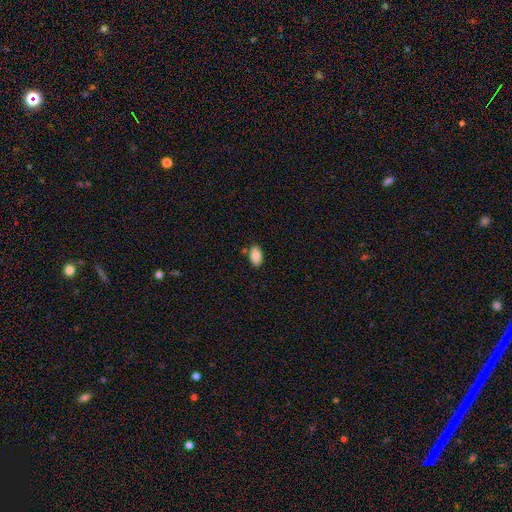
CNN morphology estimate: This is clearly a smooth galaxy (87%). How rounded: clearly in between (94%). Merging: clearly none (81%).